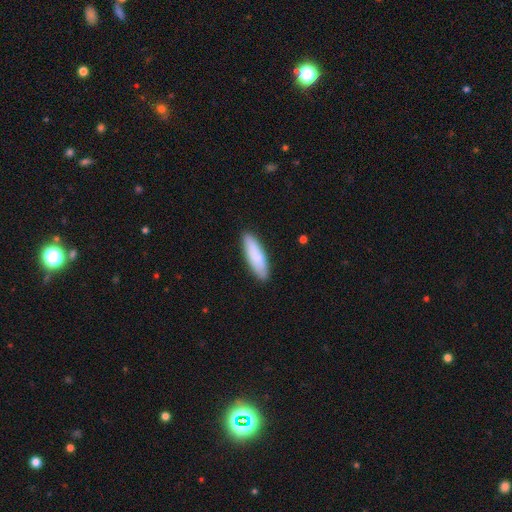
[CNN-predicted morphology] Smooth or featured? smooth (81%)
How rounded? cigar-shaped (59%)
Merging? none (87%)